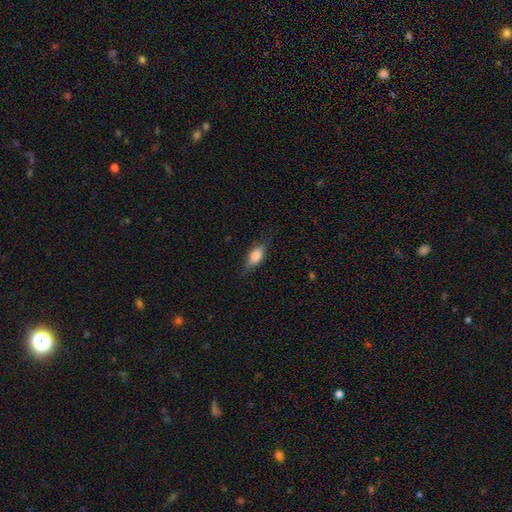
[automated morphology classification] This appears to be a smooth galaxy with no disk features (71%) that is in between round and cigar-shaped (76%). Merging: none (76%).